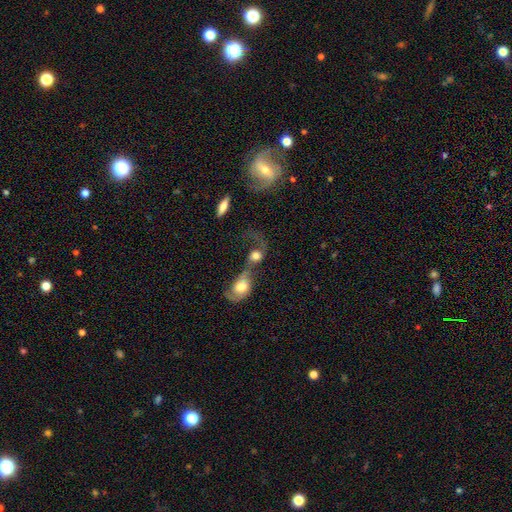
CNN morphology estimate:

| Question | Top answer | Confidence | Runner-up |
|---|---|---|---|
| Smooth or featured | smooth | 52% | featured or disk (38%) |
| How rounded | round | 58% | in between (39%) |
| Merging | merger | 79% | major disturbance (9%) |